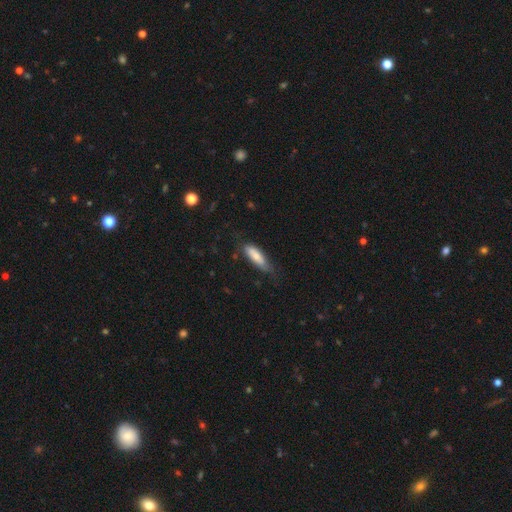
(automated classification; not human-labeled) Morphology: type=smooth (75%); roundness=in between (52%); merging=none (59%).